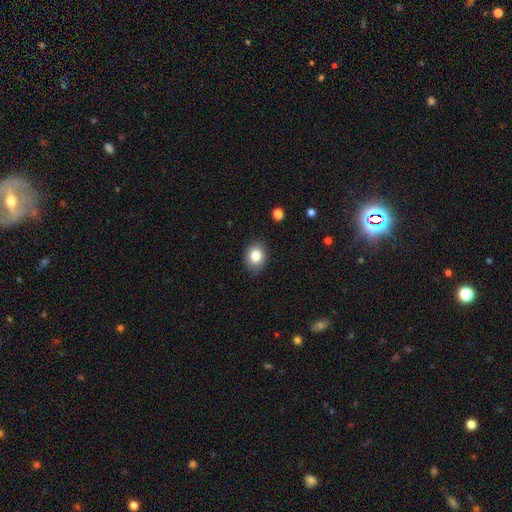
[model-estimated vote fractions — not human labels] Overall: smooth (83%). How rounded: in between (50%; round 49%). Merging: none (85%).